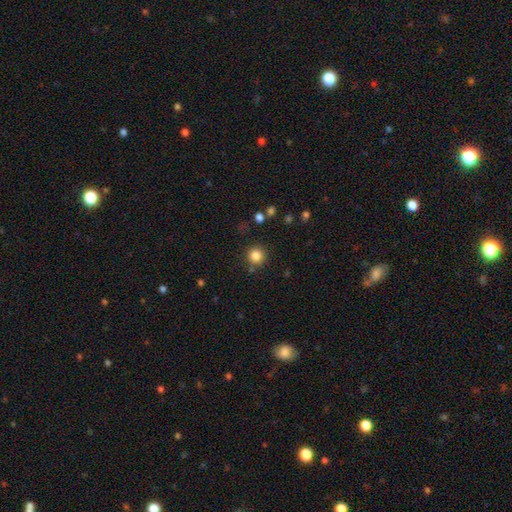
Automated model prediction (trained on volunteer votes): smooth 84%, star or artifact 11%, featured or disk 4%. Down the decision tree: how rounded — round (94%); merging — none (86%).